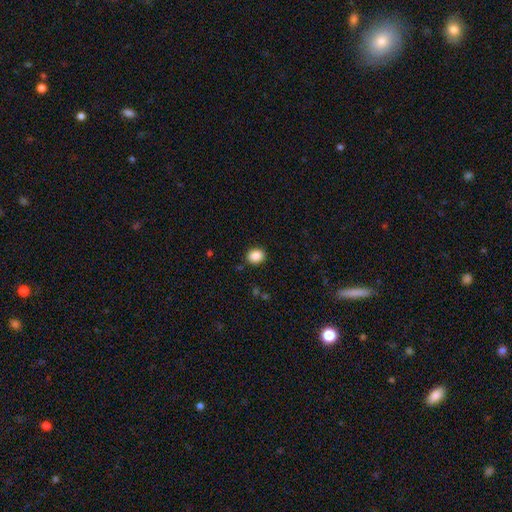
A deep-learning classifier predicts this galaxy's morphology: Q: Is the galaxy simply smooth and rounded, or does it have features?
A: smooth — 88%.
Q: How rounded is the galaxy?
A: round — 60%.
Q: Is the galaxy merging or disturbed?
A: none — 88%.